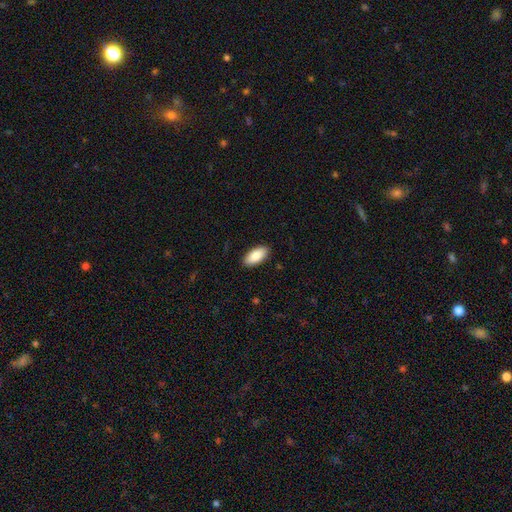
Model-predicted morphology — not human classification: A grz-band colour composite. It shows a smooth galaxy with no disk features (86%) that is in between round and cigar-shaped (92%). Merging: none (90%).